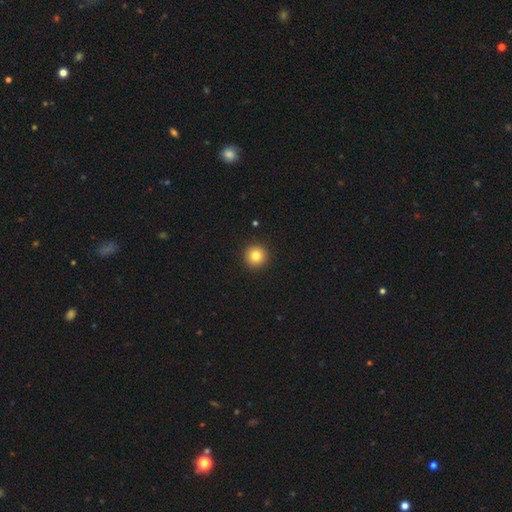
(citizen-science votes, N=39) A smooth galaxy with no disk features (82%) that is round (94%). Merging: none (92%).